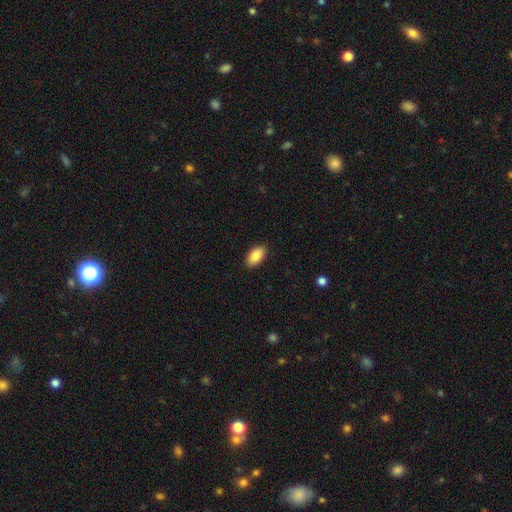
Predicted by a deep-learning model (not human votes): Smooth or featured? smooth (89%)
How rounded? in between (95%)
Merging? none (90%)